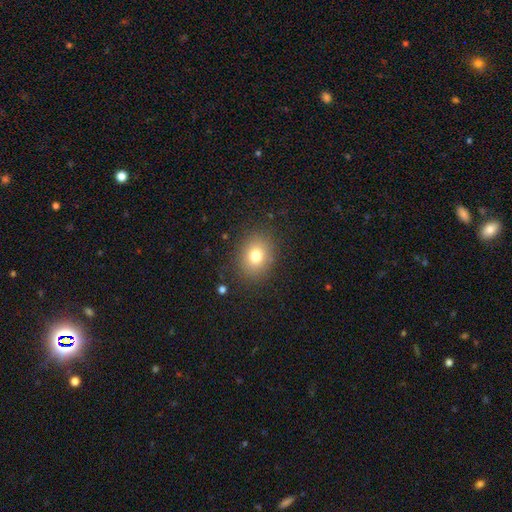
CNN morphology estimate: Smooth or featured?
  - smooth: 77% *
  - star or artifact: 12%
  - featured or disk: 11%
How rounded?
  - round: 53% *
  - in between: 46%
  - cigar-shaped: 1%
Merging?
  - none: 85% *
  - minor disturbance: 10%
  - major disturbance: 4%
  - merger: 1%